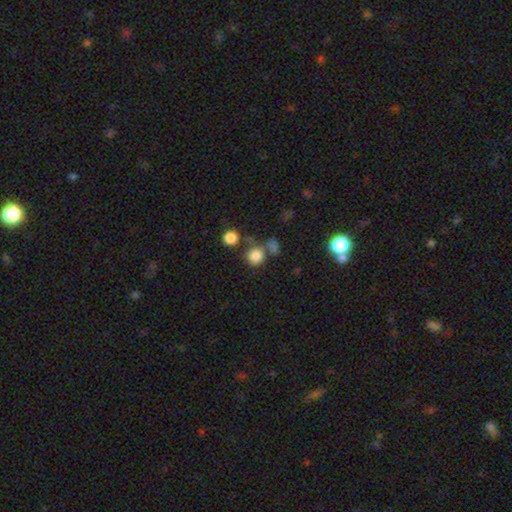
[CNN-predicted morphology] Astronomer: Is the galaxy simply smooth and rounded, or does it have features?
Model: smooth — 82%.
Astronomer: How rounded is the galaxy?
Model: round — 88%.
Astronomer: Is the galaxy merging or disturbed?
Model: none — 65%.